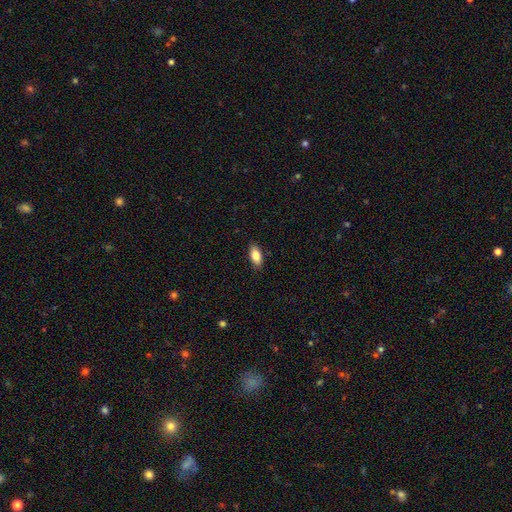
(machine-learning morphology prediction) smooth_or_featured: smooth (p=0.82) [alt: featured or disk p=0.11]
how_rounded: in between (p=0.88) [alt: cigar-shaped p=0.09]
merging: none (p=0.87) [alt: minor disturbance p=0.10]